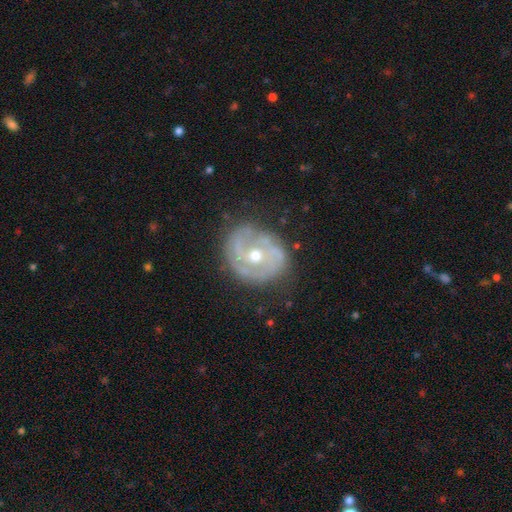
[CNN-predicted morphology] type=featured or disk (82%); edge-on=no (97%); bar=no (64%); spiral arms=yes (86%); winding=tight (49%); arm count=2 (46%); bulge=moderate (61%); merging=none (69%).